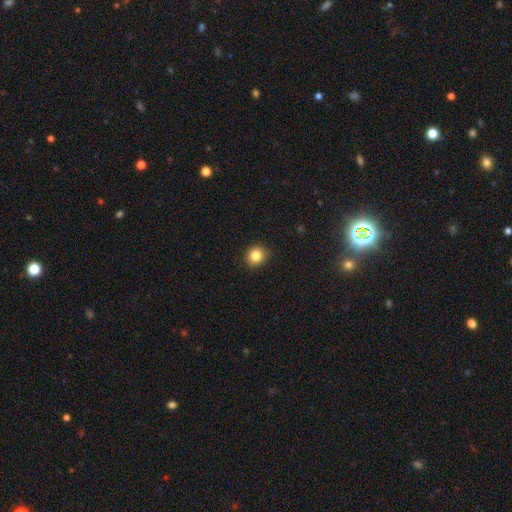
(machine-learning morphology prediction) This appears to be a smooth galaxy with no disk features (83%) that is round (84%). Merging: none (91%).